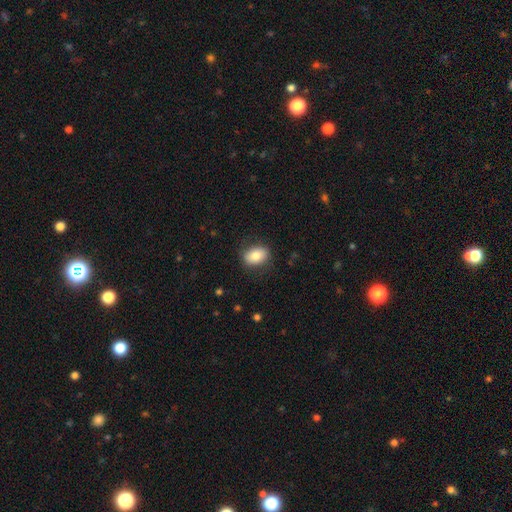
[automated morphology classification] A smooth galaxy with no disk features (80%) that is in between round and cigar-shaped (76%).

Vote fractions:
- Smooth or featured? smooth: 80% / featured or disk: 12% / star or artifact: 8%
- How rounded? in between: 76% / round: 23% / cigar-shaped: 1%
- Merging? none: 81% / minor disturbance: 14% / major disturbance: 5% / merger: 1%